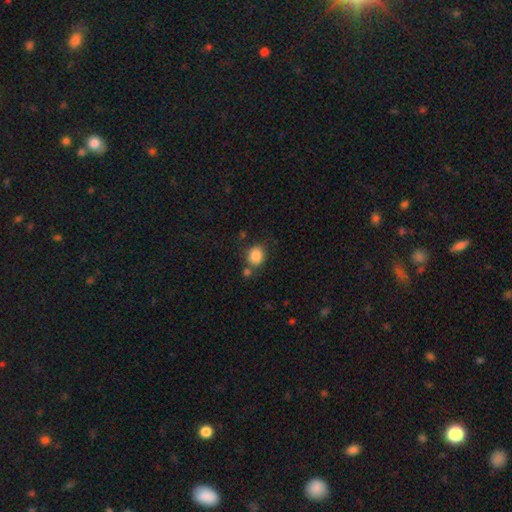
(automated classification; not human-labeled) A smooth galaxy with no disk features (86%) that is round (75%).

Vote fractions:
- Smooth or featured? smooth: 86% / star or artifact: 10% / featured or disk: 5%
- How rounded? round: 75% / in between: 24% / cigar-shaped: 1%
- Merging? none: 68% / merger: 14% / minor disturbance: 13% / major disturbance: 4%